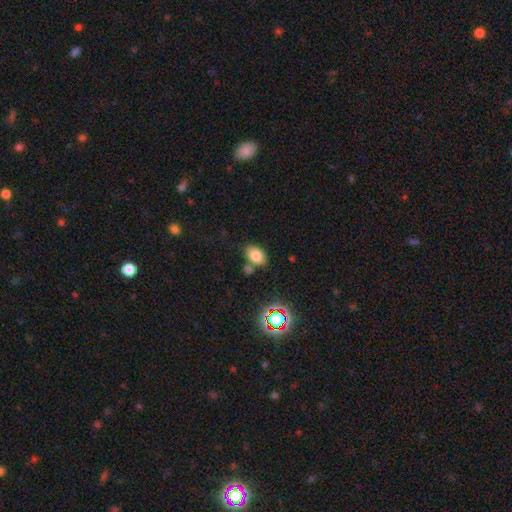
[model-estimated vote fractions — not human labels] Smooth or featured: smooth — 77% (star or artifact — 13%)
How rounded: in between — 82% (round — 17%)
Merging: none — 70% (minor disturbance — 13%)